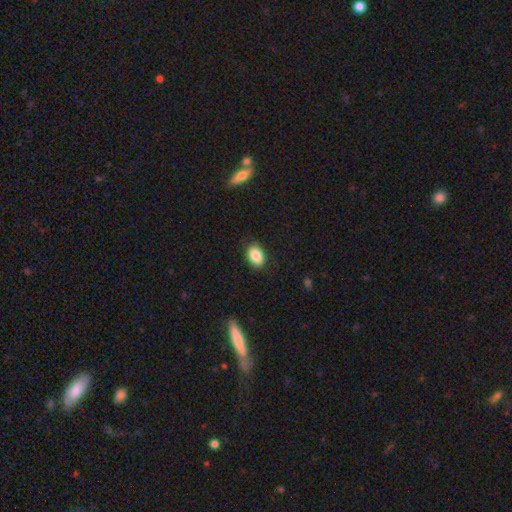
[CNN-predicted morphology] Smooth or featured? smooth (86%)
How rounded? in between (84%)
Merging? none (84%)